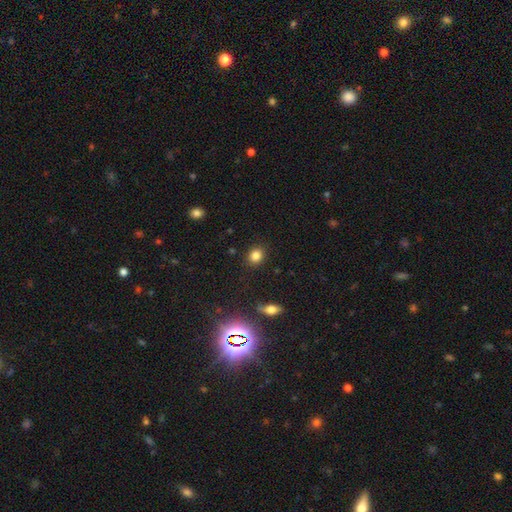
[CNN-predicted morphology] Smooth or featured? smooth (83%)
How rounded? round (64%)
Merging? none (88%)